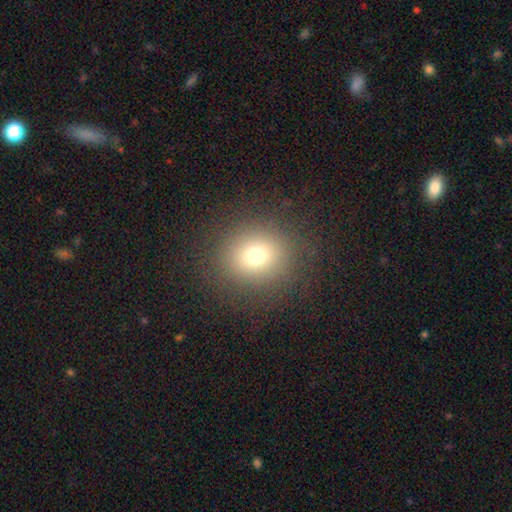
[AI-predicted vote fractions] Morphology: type=smooth (73%); roundness=round (84%); merging=none (88%).